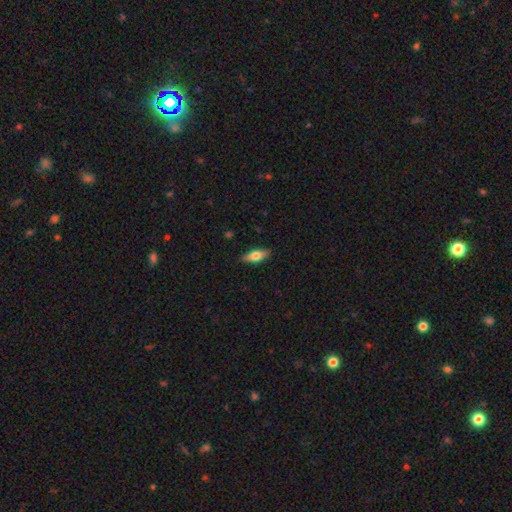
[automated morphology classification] smooth-or-featured: smooth: 60% | featured or disk: 34% | star or artifact: 6%
  how-rounded: in between: 66% | cigar-shaped: 31% | round: 3%
  merging: none: 88% | minor disturbance: 9% | major disturbance: 2% | merger: 1%